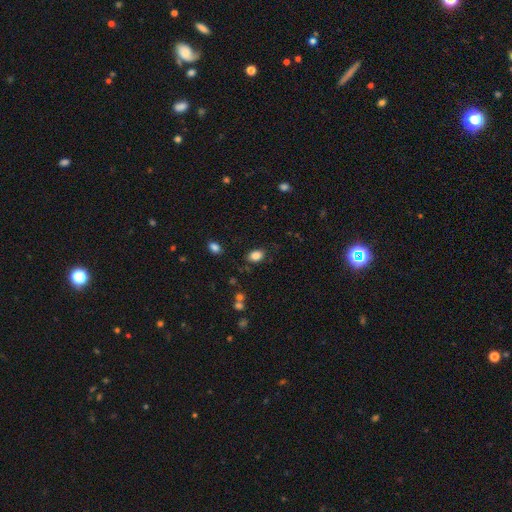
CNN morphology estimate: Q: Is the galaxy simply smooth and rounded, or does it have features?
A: smooth — 85%.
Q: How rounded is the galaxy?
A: in between — 81%.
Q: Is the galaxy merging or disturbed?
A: none — 81%.